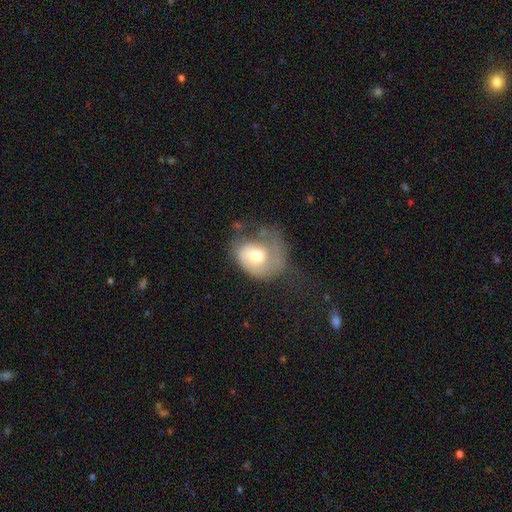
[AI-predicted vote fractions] Q: Smooth or featured?
A: smooth (52%); runner-up: featured or disk (40%)
Q: How rounded?
A: round (52%); runner-up: in between (47%)
Q: Merging?
A: major disturbance (41%); runner-up: minor disturbance (30%)